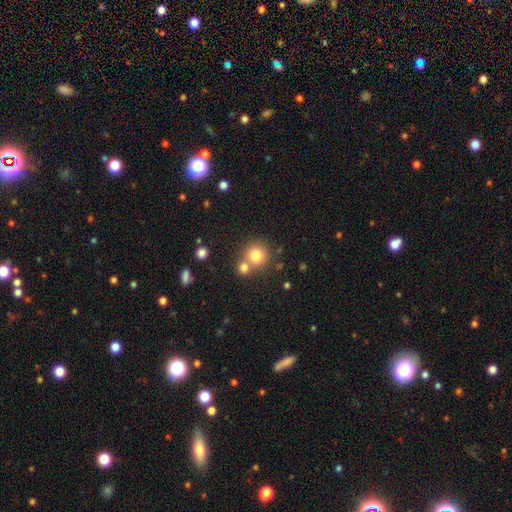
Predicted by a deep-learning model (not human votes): smooth-or-featured: smooth: 78% | star or artifact: 12% | featured or disk: 10%
  how-rounded: round: 90% | in between: 9% | cigar-shaped: 1%
  merging: none: 59% | merger: 31% | minor disturbance: 7% | major disturbance: 3%